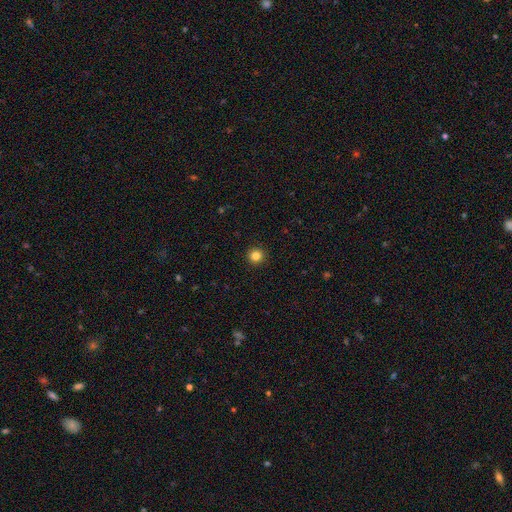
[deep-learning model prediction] This is clearly a smooth galaxy (84%). How rounded: clearly round (95%). Merging: clearly none (93%).